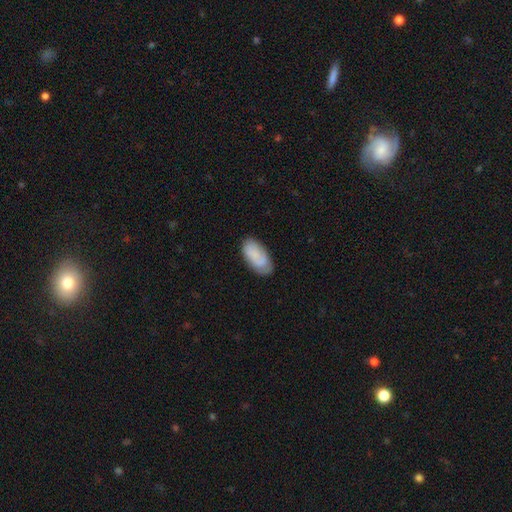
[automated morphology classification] The model was most divided on "merging": none: 69%, minor disturbance: 23%, major disturbance: 6%, merger: 2%. More confident: how rounded — in between (94%); smooth or featured — smooth (72%).